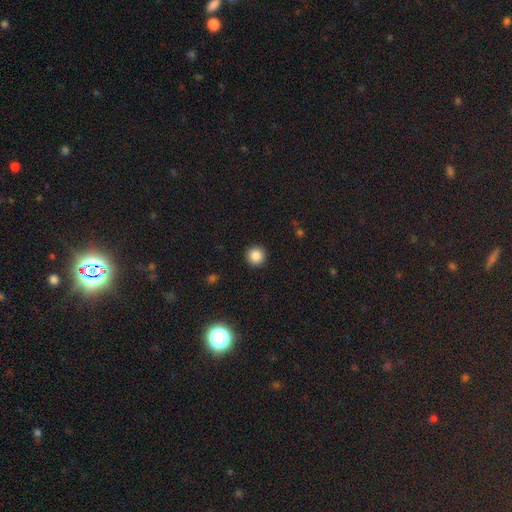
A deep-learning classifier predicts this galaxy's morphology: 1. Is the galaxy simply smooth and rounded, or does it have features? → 85% smooth, 11% star or artifact, 4% featured or disk.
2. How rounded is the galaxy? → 96% round, 3% in between, 1% cigar-shaped.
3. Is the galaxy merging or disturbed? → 93% none, 4% minor disturbance, 2% major disturbance, 1% merger.